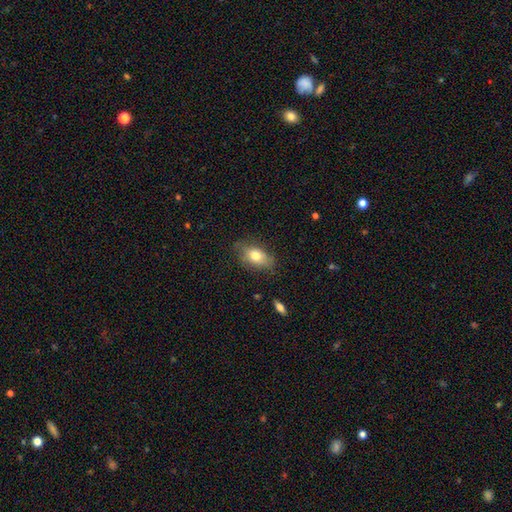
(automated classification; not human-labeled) This is likely a smooth galaxy (76%). How rounded: clearly in between (85%). Merging: likely none (72%).